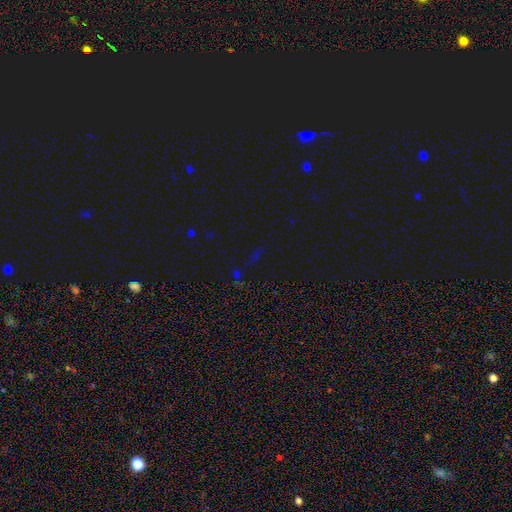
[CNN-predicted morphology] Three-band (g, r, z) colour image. It shows a star or artifact, not a galaxy (70%).